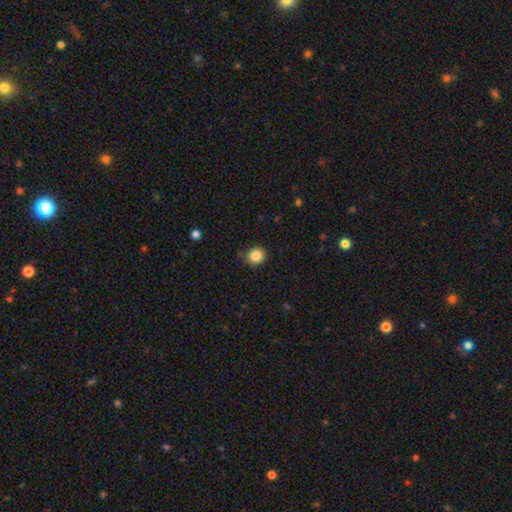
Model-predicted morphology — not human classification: Q: Smooth or featured?
A: smooth (85%); runner-up: star or artifact (11%)
Q: How rounded?
A: round (84%); runner-up: in between (16%)
Q: Merging?
A: none (83%); runner-up: minor disturbance (13%)